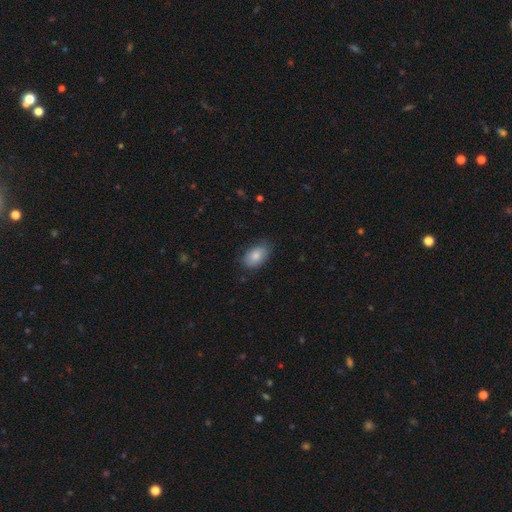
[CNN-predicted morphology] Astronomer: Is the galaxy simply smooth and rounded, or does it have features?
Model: smooth — 83%.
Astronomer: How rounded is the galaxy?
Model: in between — 90%.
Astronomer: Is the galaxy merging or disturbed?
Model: none — 78%.